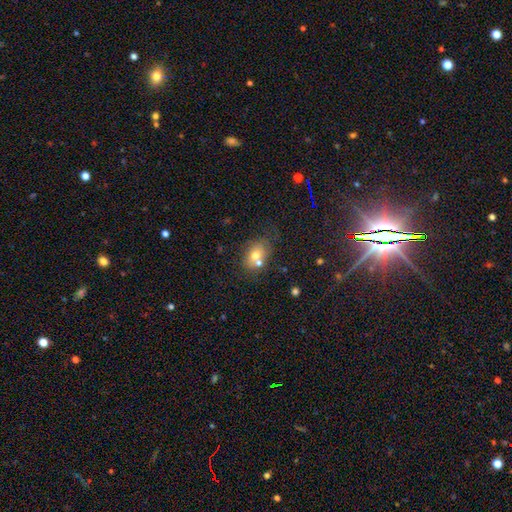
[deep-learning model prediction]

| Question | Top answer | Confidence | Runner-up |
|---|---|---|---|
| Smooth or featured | smooth | 66% | featured or disk (22%) |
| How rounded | in between | 62% | round (37%) |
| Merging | none | 45% | merger (32%) |